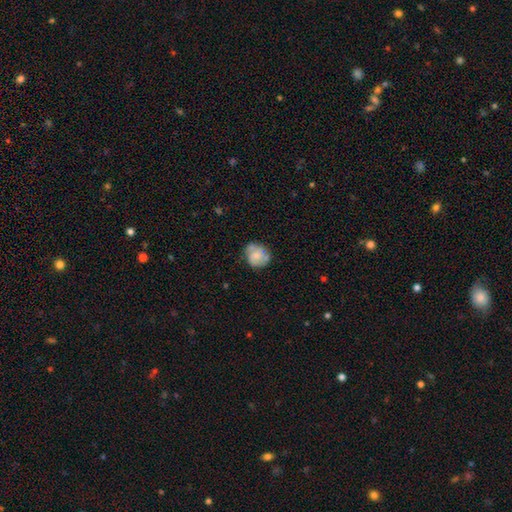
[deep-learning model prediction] A featured or disk galaxy (48%).

Vote fractions:
- Smooth or featured? featured or disk: 48% / smooth: 45% / star or artifact: 7%
- Merging? none: 67% / minor disturbance: 24% / major disturbance: 7% / merger: 3%